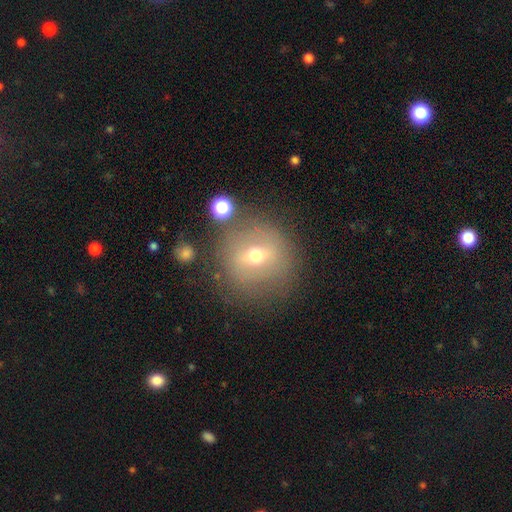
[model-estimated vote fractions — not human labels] smooth-or-featured: smooth: 47% | featured or disk: 40% | star or artifact: 13%
  merging: none: 75% | minor disturbance: 14% | major disturbance: 7% | merger: 4%